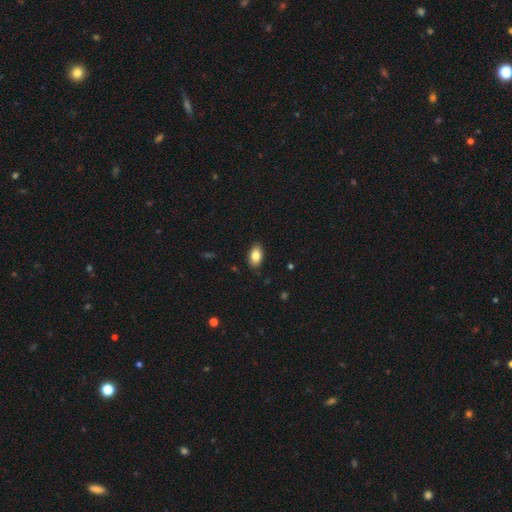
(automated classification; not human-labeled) Smooth or featured? Predicted: smooth (p=0.84). How rounded? Predicted: in between (p=0.92). Merging? Predicted: none (p=0.88).